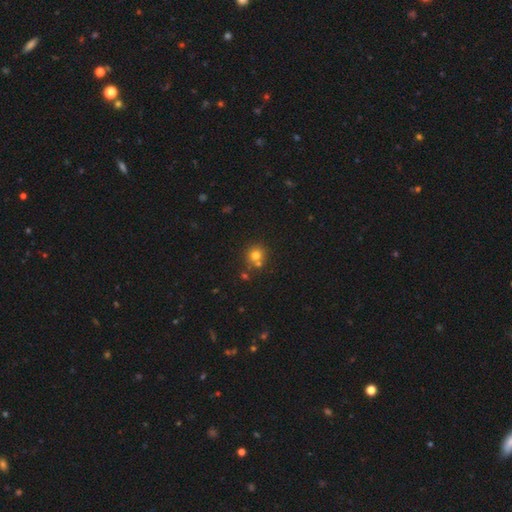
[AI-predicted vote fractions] smooth_or_featured: smooth (p=0.74) [alt: star or artifact p=0.16]
how_rounded: round (p=0.90) [alt: in between p=0.09]
merging: none (p=0.65) [alt: merger p=0.23]